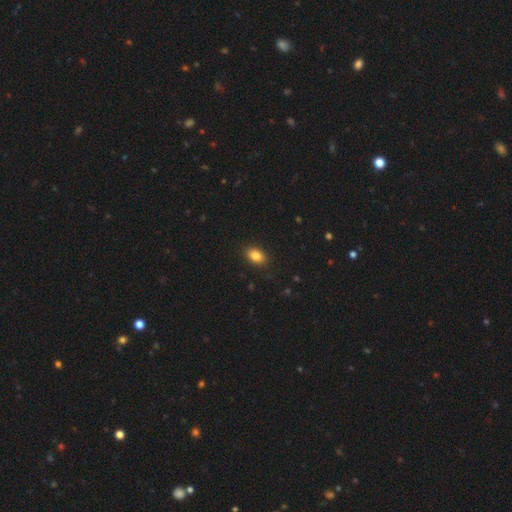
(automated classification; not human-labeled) Smooth or featured? smooth (86%)
How rounded? in between (84%)
Merging? none (89%)